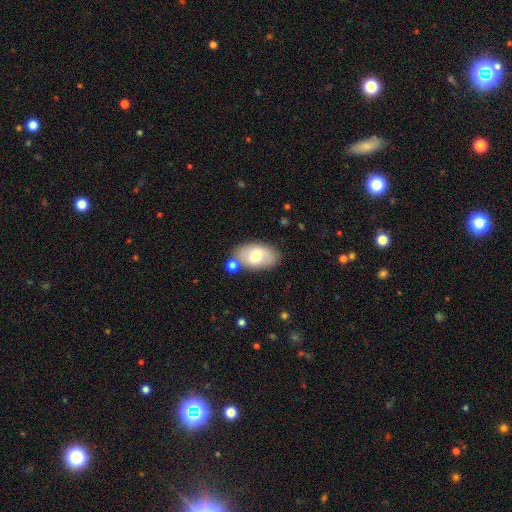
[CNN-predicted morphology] This is likely a smooth galaxy (67%). How rounded: clearly in between (93%). Merging: likely none (68%).